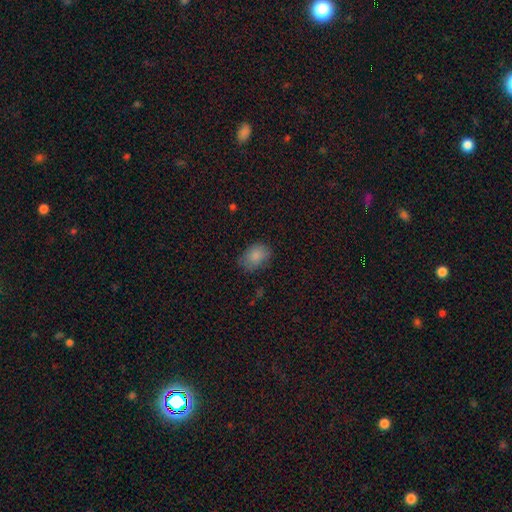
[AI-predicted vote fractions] The model was most divided on "merging": none: 74%, minor disturbance: 20%, major disturbance: 5%, merger: 1%. More confident: smooth or featured — smooth (86%); how rounded — in between (79%).